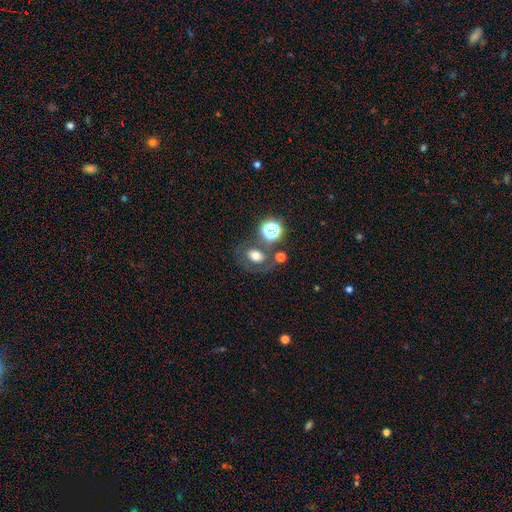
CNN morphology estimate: type=smooth (54%); roundness=in between (61%); merging=none (55%).